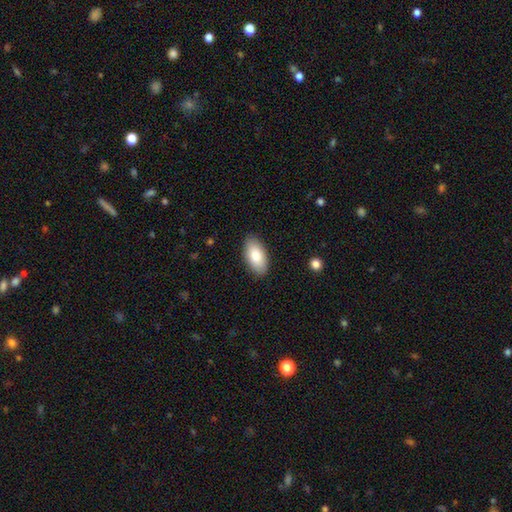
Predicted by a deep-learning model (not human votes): This is clearly a smooth galaxy (82%). How rounded: clearly in between (94%). Merging: clearly none (88%).